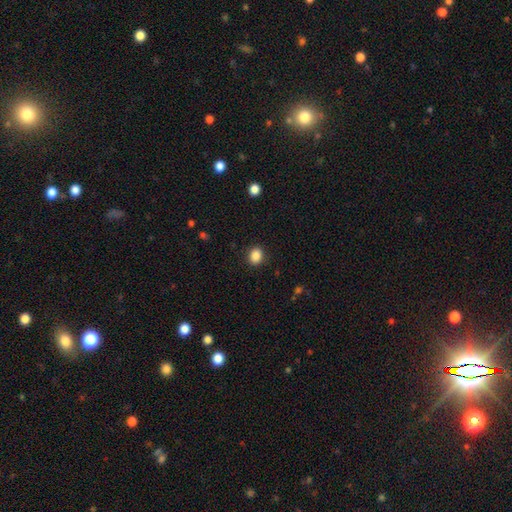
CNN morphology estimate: Smooth or featured?
  - smooth: 87% *
  - star or artifact: 10%
  - featured or disk: 3%
How rounded?
  - round: 61% *
  - in between: 38%
  - cigar-shaped: 1%
Merging?
  - none: 90% *
  - minor disturbance: 7%
  - major disturbance: 2%
  - merger: 1%